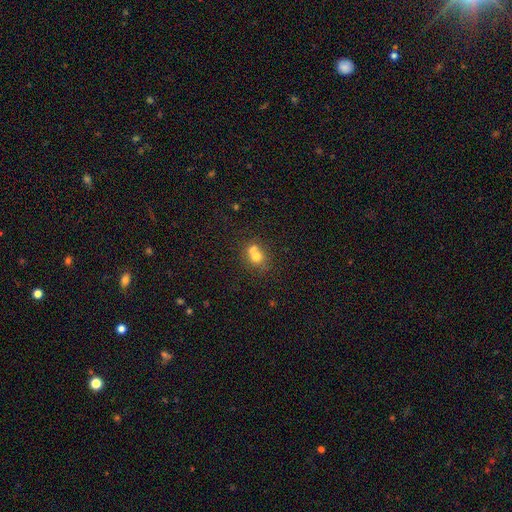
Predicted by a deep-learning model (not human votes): Q: Smooth or featured?
A: smooth (66%); runner-up: featured or disk (20%)
Q: How rounded?
A: round (70%); runner-up: in between (29%)
Q: Merging?
A: merger (51%); runner-up: none (35%)